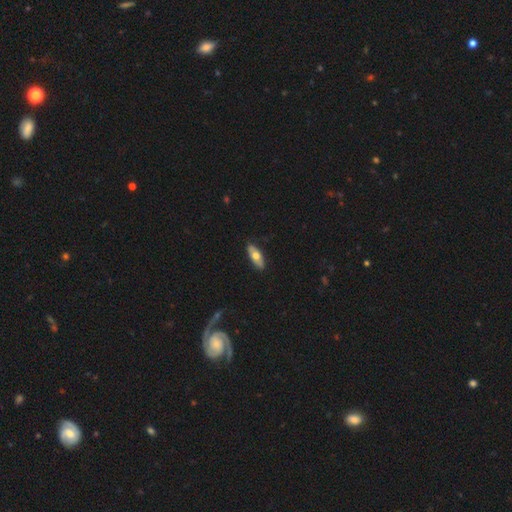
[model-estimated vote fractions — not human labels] Smooth or featured?
  - smooth: 59% *
  - featured or disk: 35%
  - star or artifact: 5%
How rounded?
  - in between: 72% *
  - cigar-shaped: 25%
  - round: 3%
Merging?
  - none: 86% *
  - minor disturbance: 11%
  - major disturbance: 2%
  - merger: 1%